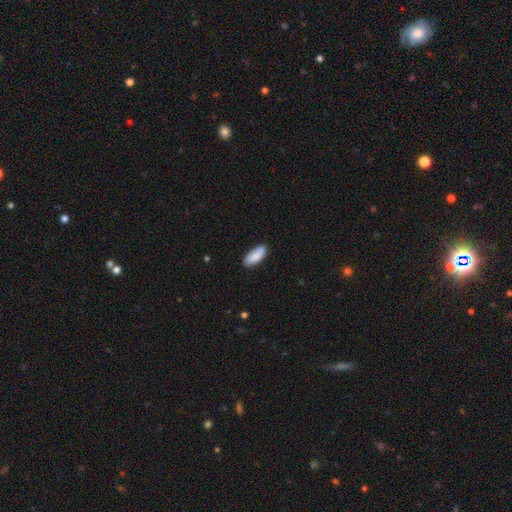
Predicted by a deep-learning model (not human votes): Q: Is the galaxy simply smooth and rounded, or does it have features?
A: smooth — 87%.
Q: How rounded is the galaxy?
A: in between — 79%.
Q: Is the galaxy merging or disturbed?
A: none — 84%.